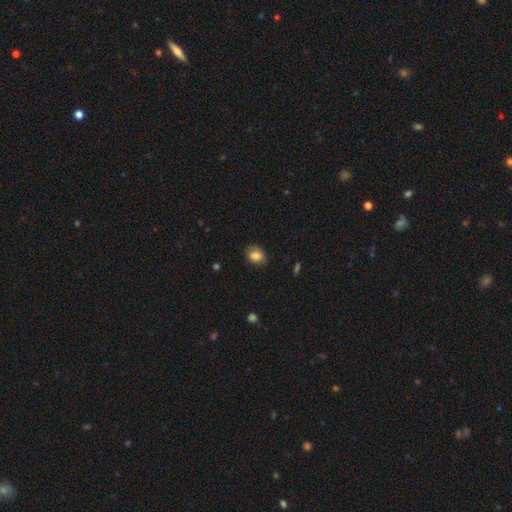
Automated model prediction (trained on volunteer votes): smooth_or_featured: smooth (p=0.83) [alt: star or artifact p=0.09]
how_rounded: round (p=0.50) [alt: in between p=0.49]
merging: none (p=0.81) [alt: minor disturbance p=0.14]